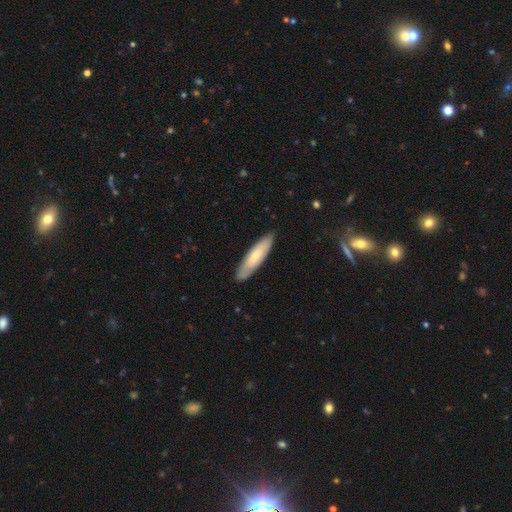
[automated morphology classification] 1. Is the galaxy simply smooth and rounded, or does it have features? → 62% smooth, 33% featured or disk, 5% star or artifact.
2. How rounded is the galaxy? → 68% cigar-shaped, 30% in between, 1% round.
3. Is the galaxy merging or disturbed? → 86% none, 11% minor disturbance, 2% major disturbance, 1% merger.